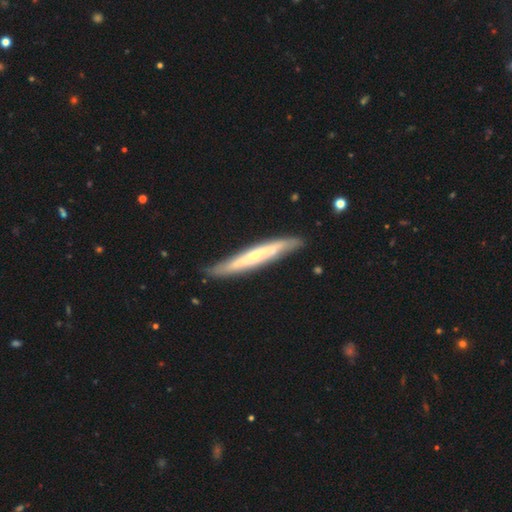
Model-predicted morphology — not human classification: smooth-or-featured: featured or disk: 62% | smooth: 33% | star or artifact: 5%
  disk-edge-on: yes: 84% | no: 16%
    edge-on-bulge: rounded: 59% | none: 36% | boxy: 5%
  merging: none: 85% | minor disturbance: 12% | major disturbance: 2% | merger: 2%